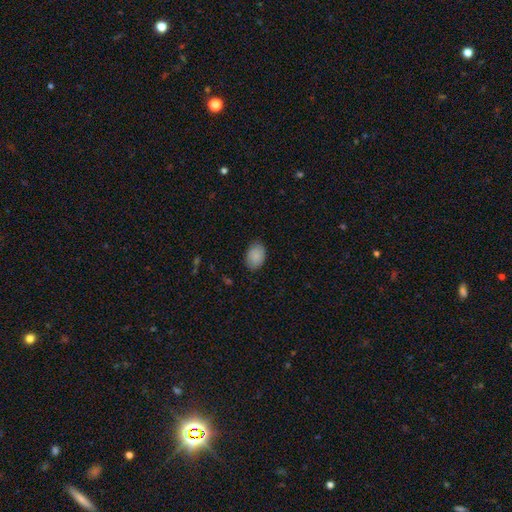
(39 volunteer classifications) Volunteers were most divided on "how rounded": in between: 81%, round: 19%, cigar-shaped: 0%. More confident: merging — none (87%); smooth or featured — smooth (82%).